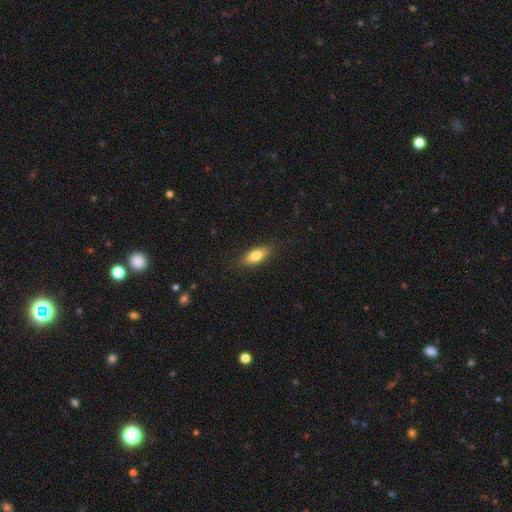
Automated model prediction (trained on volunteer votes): smooth 78%, featured or disk 15%, star or artifact 7%. Down the decision tree: how rounded — in between (77%); merging — none (85%).